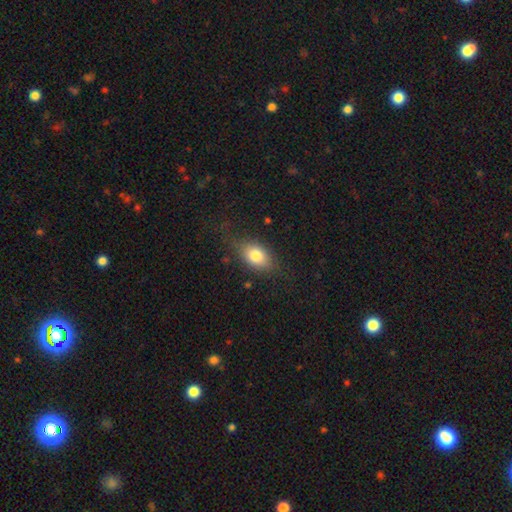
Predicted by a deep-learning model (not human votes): Q: Smooth or featured?
A: smooth (77%); runner-up: featured or disk (14%)
Q: How rounded?
A: in between (82%); runner-up: round (15%)
Q: Merging?
A: none (71%); runner-up: minor disturbance (19%)